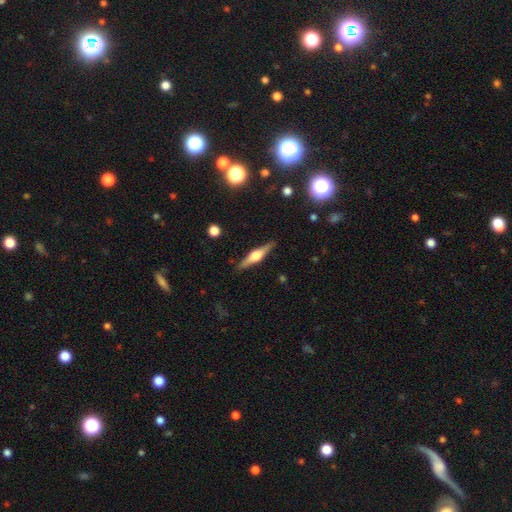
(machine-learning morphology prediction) Smooth or featured: featured or disk — 71% (smooth — 23%)
Edge-on disk: yes — 97% (no — 3%)
Edge-on bulge: rounded — 92% (boxy — 6%)
Merging: none — 90% (minor disturbance — 8%)